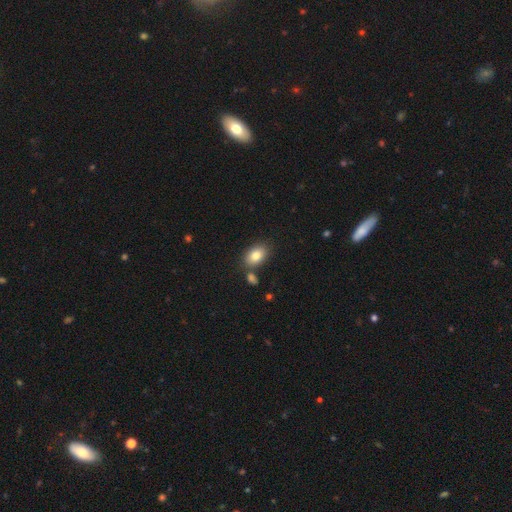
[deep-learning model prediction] Smooth or featured? Predicted: smooth (p=0.82). How rounded? Predicted: in between (p=0.86). Merging? Predicted: none (p=0.73).